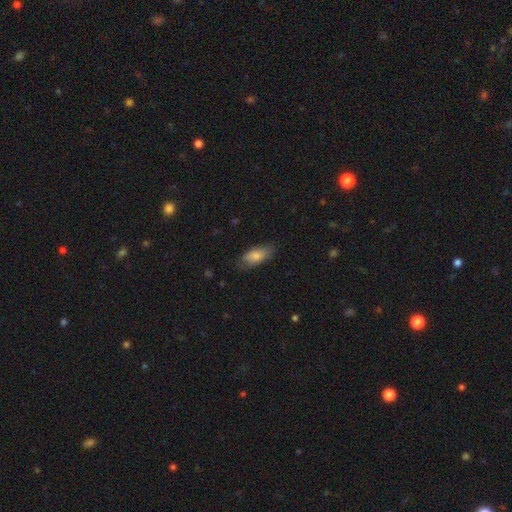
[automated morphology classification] Q: Smooth or featured?
A: smooth (78%); runner-up: featured or disk (15%)
Q: How rounded?
A: in between (86%); runner-up: cigar-shaped (11%)
Q: Merging?
A: none (71%); runner-up: minor disturbance (22%)